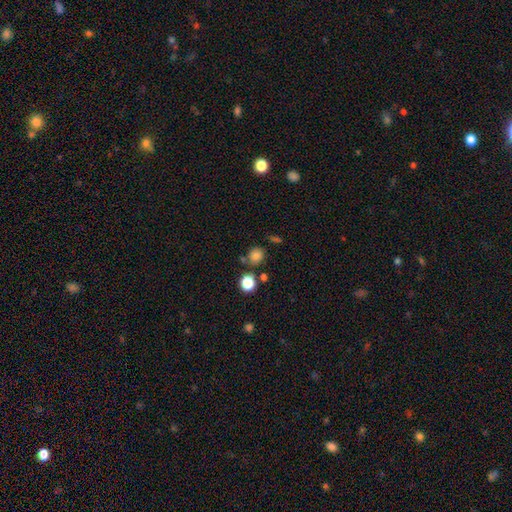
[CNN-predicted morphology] smooth-or-featured: smooth: 79% | star or artifact: 14% | featured or disk: 7%
  how-rounded: round: 81% | in between: 18% | cigar-shaped: 1%
  merging: none: 73% | minor disturbance: 12% | merger: 11% | major disturbance: 4%